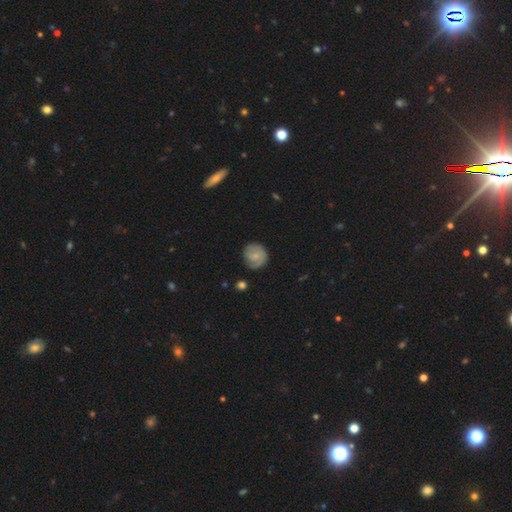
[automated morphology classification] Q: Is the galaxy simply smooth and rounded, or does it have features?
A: smooth — 49%.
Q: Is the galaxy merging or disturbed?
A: none — 72%.